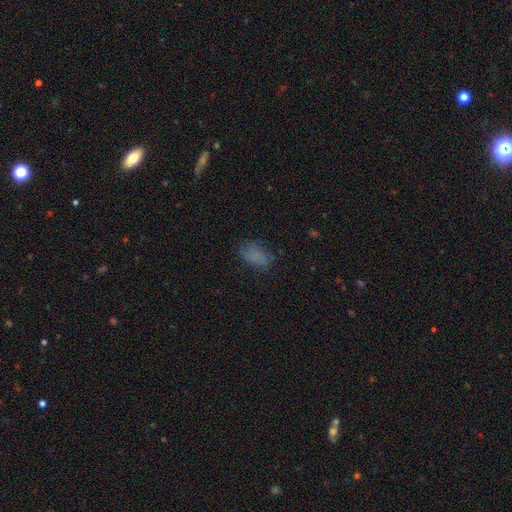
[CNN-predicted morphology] Smooth or featured? smooth (79%)
How rounded? in between (89%)
Merging? none (72%)